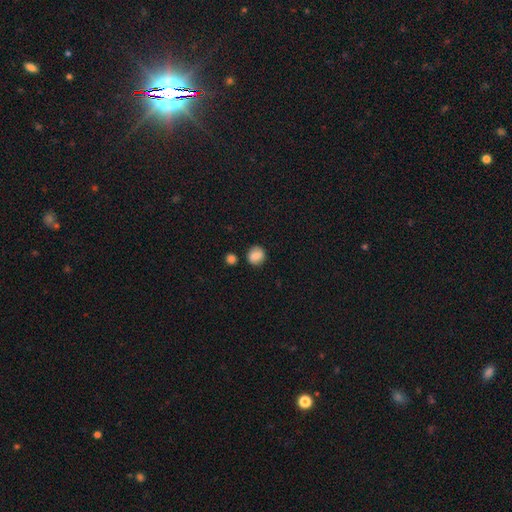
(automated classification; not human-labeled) Overall: smooth (86%). How rounded: round (81%). Merging: none (79%).